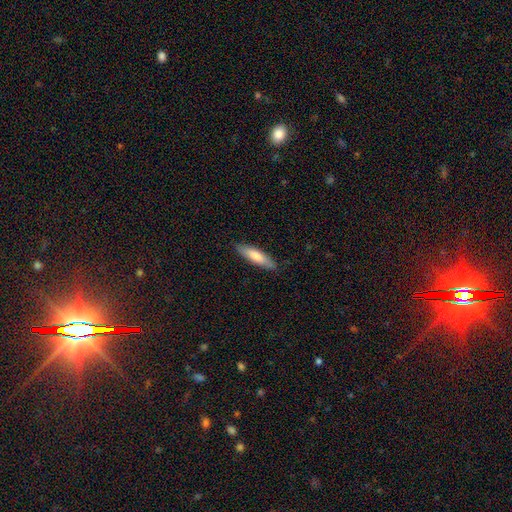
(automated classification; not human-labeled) A smooth galaxy with no disk features (75%) that is cigar-shaped (74%).

Vote fractions:
- Smooth or featured? smooth: 75% / featured or disk: 20% / star or artifact: 5%
- How rounded? cigar-shaped: 74% / in between: 25% / round: 1%
- Merging? none: 87% / minor disturbance: 10% / major disturbance: 2% / merger: 1%